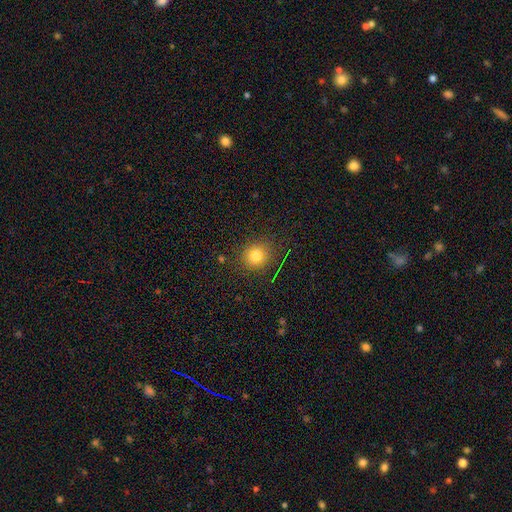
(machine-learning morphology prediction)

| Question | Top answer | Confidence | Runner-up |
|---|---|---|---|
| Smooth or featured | smooth | 79% | star or artifact (14%) |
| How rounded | round | 87% | in between (12%) |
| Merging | none | 87% | minor disturbance (9%) |